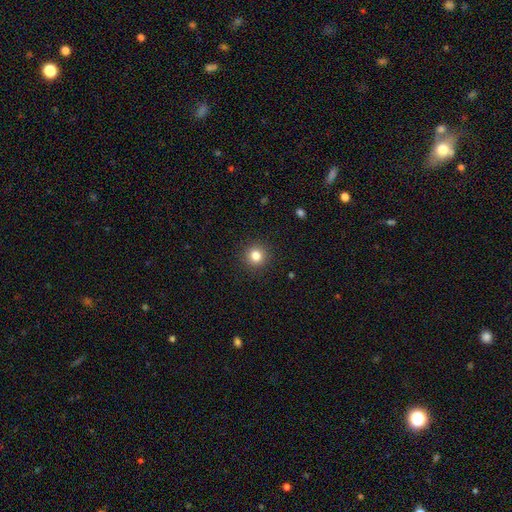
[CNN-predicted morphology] Smooth or featured: smooth — 82% (star or artifact — 12%)
How rounded: round — 94% (in between — 5%)
Merging: none — 91% (minor disturbance — 6%)